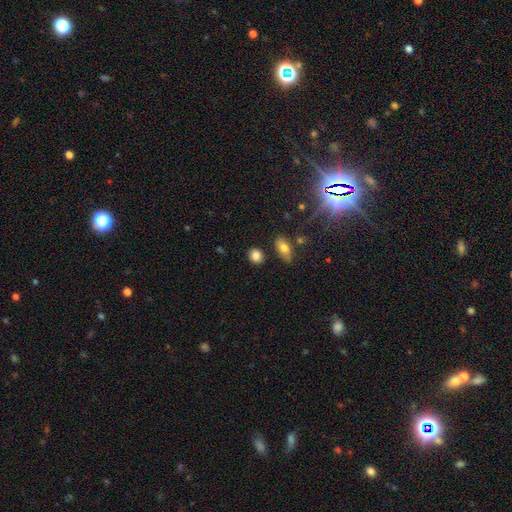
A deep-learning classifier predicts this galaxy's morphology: Smooth or featured? smooth (84%)
How rounded? round (59%)
Merging? none (82%)